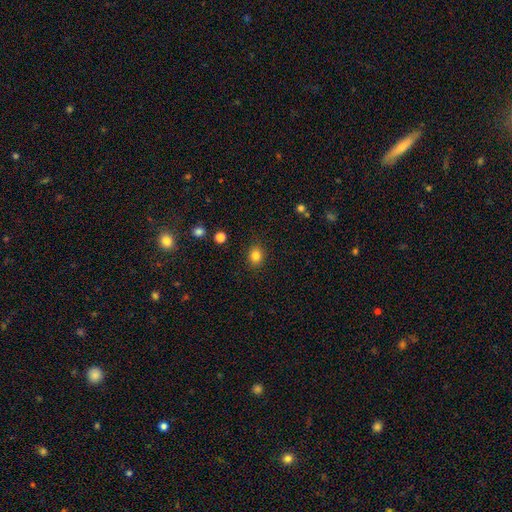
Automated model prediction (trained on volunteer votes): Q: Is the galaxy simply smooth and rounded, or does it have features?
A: smooth — 83%.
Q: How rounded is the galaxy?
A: round — 60%.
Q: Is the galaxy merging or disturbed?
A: none — 87%.